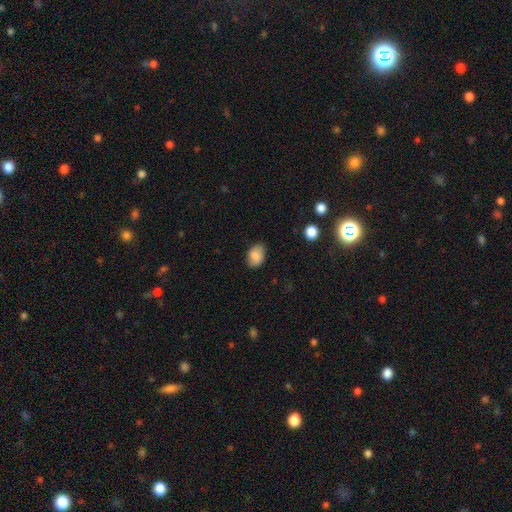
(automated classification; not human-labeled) This is clearly a smooth galaxy (86%). How rounded: clearly in between (81%). Merging: clearly none (81%).